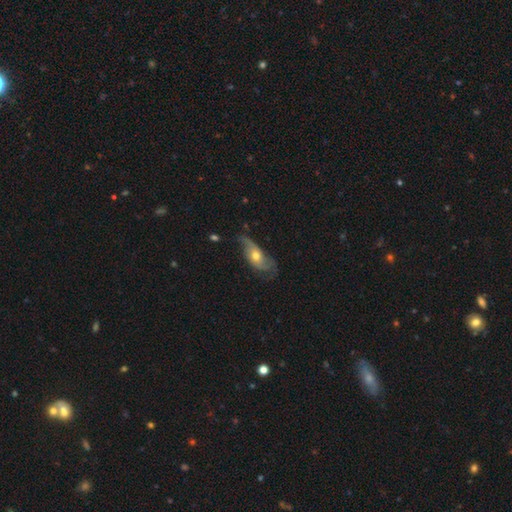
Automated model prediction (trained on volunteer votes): A featured or disk galaxy (65%) with no bar (76%), spiral arms (81%) and a moderate central bulge (63%).

Vote fractions:
- Smooth or featured? featured or disk: 65% / smooth: 28% / star or artifact: 7%
- Edge-on disk? no: 85% / yes: 15%
- Bar? no: 76% / weak: 19% / strong: 5%
- Spiral arms? yes: 81% / no: 19%
- Bulge size? moderate: 63% / small: 30% / large: 5% / none: 1% / dominant: 1%
- Merging? none: 50% / minor disturbance: 30% / major disturbance: 18% / merger: 2%